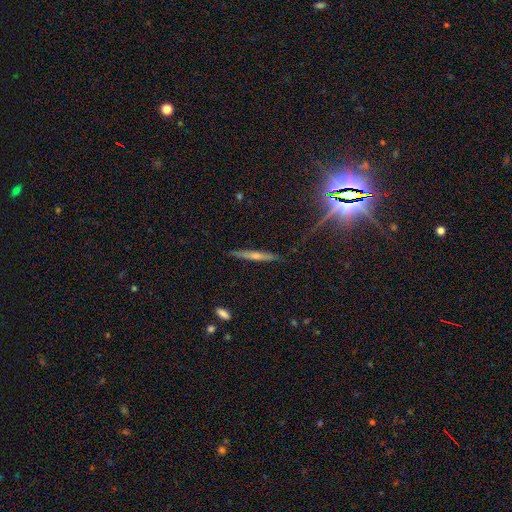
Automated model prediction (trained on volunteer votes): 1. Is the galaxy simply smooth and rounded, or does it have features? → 58% featured or disk, 28% smooth, 14% star or artifact.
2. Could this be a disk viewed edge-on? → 95% yes, 5% no.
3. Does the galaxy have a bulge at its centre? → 72% rounded, 22% none, 6% boxy.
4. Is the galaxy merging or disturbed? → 87% none, 10% minor disturbance, 2% major disturbance, 2% merger.